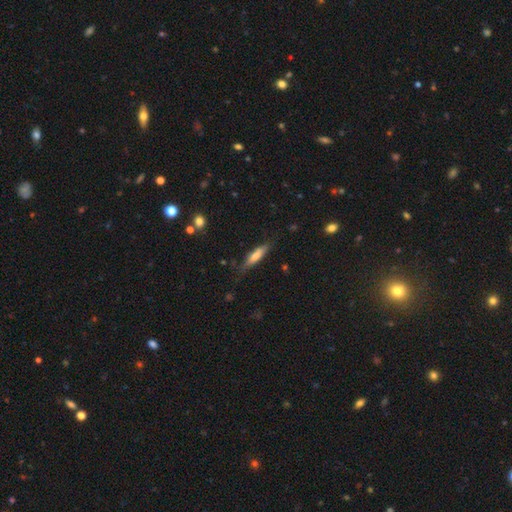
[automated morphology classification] The model was most divided on "smooth or featured": smooth: 62%, featured or disk: 32%, star or artifact: 6%. More confident: how rounded — cigar-shaped (76%); merging — none (75%).